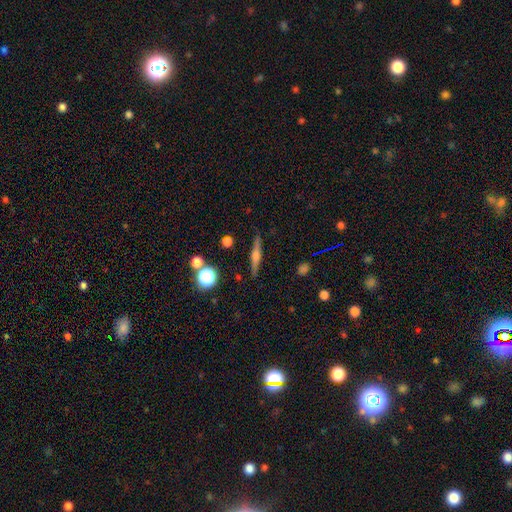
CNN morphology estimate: Smooth or featured: featured or disk — 63% (smooth — 29%)
Edge-on disk: yes — 97% (no — 3%)
Edge-on bulge: rounded — 80% (boxy — 13%)
Merging: none — 89% (minor disturbance — 7%)